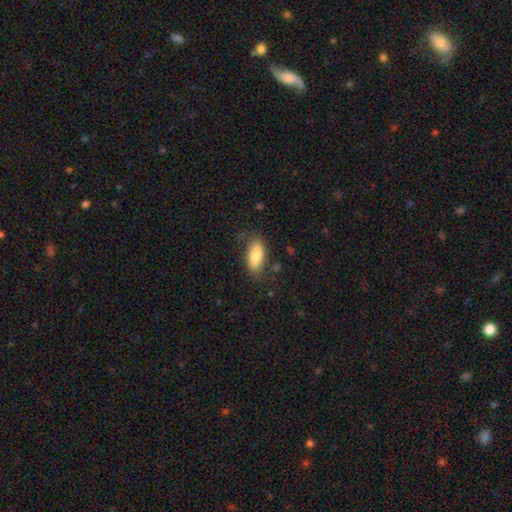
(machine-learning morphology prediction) type=smooth (81%); roundness=in between (86%); merging=none (76%).